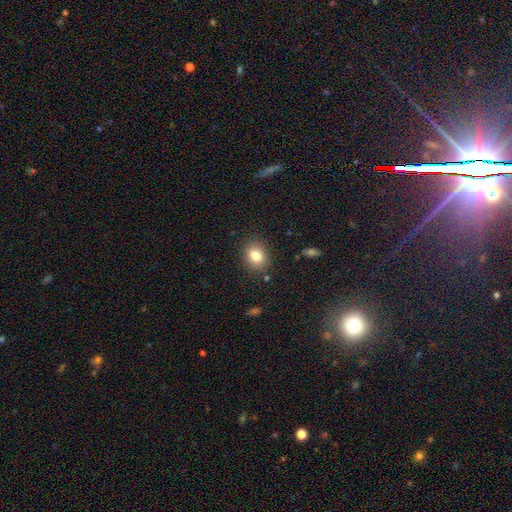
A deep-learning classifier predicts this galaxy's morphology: Q: Smooth or featured?
A: smooth (81%); runner-up: star or artifact (10%)
Q: How rounded?
A: round (52%); runner-up: in between (47%)
Q: Merging?
A: none (86%); runner-up: minor disturbance (9%)